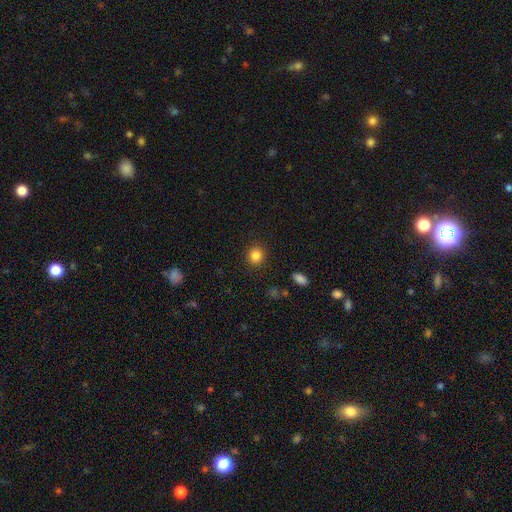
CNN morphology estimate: Overall: smooth (85%). How rounded: round (87%). Merging: none (90%).